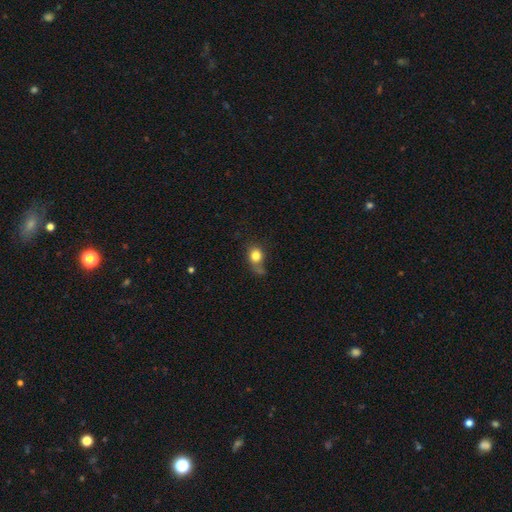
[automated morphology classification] smooth-or-featured: smooth: 80% | star or artifact: 10% | featured or disk: 10%
  how-rounded: round: 62% | in between: 36% | cigar-shaped: 2%
  merging: none: 46% | minor disturbance: 27% | major disturbance: 16% | merger: 12%